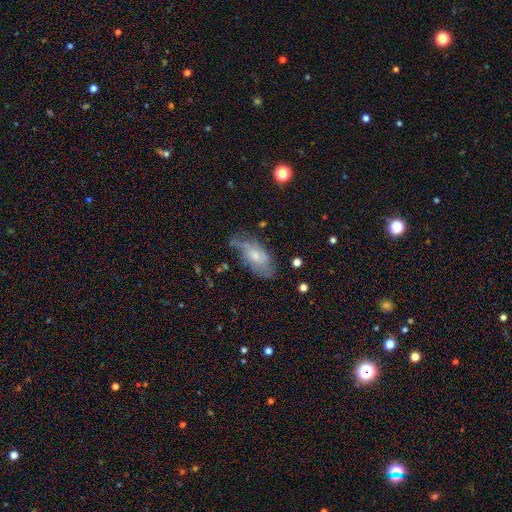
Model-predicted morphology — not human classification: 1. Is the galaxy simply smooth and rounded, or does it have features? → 49% featured or disk, 44% smooth, 8% star or artifact.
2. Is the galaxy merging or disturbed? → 49% none, 31% minor disturbance, 16% major disturbance, 3% merger.